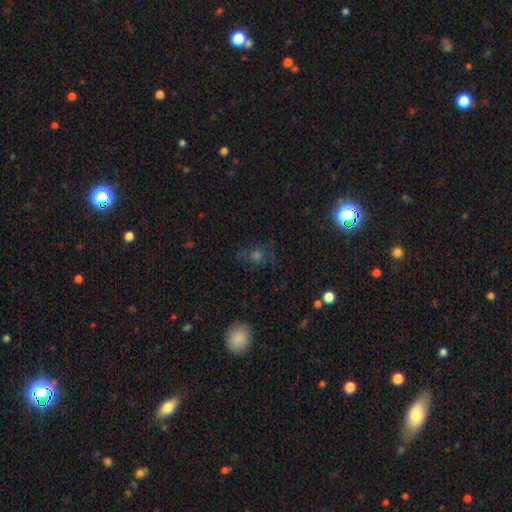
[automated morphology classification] This is marginally a smooth galaxy (42%). Merging: likely none (74%).